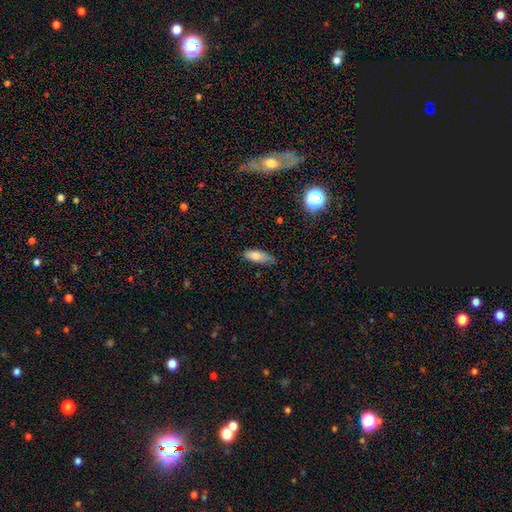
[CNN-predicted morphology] smooth-or-featured: smooth: 76% | featured or disk: 16% | star or artifact: 8%
  how-rounded: in between: 65% | cigar-shaped: 33% | round: 2%
  merging: none: 69% | minor disturbance: 25% | major disturbance: 5% | merger: 2%